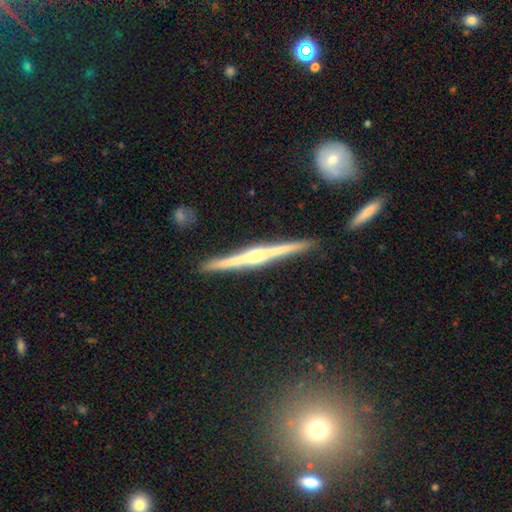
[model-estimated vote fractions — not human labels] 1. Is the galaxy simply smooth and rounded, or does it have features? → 83% featured or disk, 11% smooth, 6% star or artifact.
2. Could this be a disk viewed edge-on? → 99% yes, 1% no.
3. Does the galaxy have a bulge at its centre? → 84% rounded, 8% boxy, 7% none.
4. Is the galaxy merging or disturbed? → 91% none, 6% minor disturbance, 2% merger, 1% major disturbance.